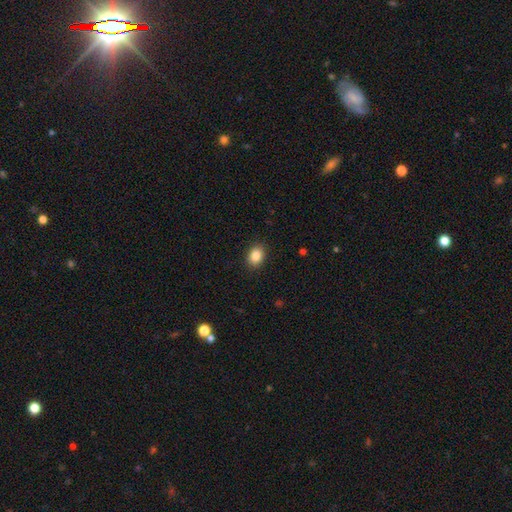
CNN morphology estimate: type=smooth (87%); roundness=in between (64%); merging=none (89%).